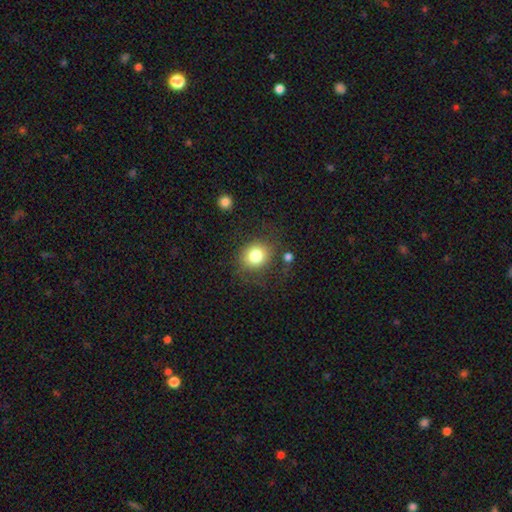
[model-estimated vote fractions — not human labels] Q: Smooth or featured?
A: smooth (80%); runner-up: star or artifact (11%)
Q: How rounded?
A: round (75%); runner-up: in between (24%)
Q: Merging?
A: none (76%); runner-up: minor disturbance (14%)